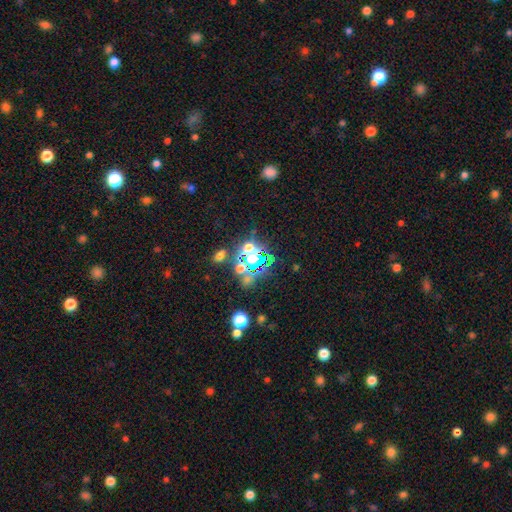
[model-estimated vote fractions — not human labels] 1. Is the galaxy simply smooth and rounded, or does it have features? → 80% star or artifact, 12% smooth, 8% featured or disk.